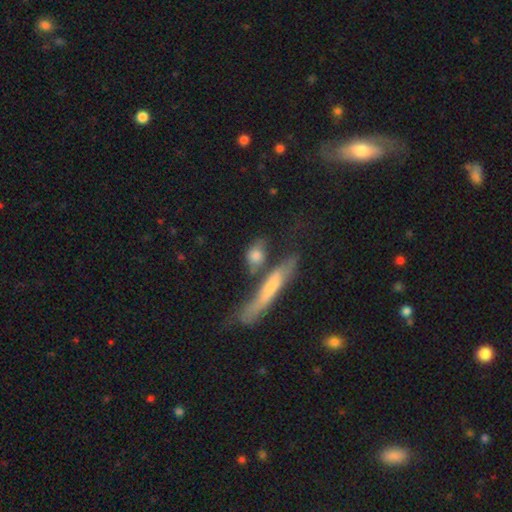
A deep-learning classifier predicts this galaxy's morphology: smooth 67%, featured or disk 24%, star or artifact 9%. Down the decision tree: how rounded — in between (41%); merging — none (45%).